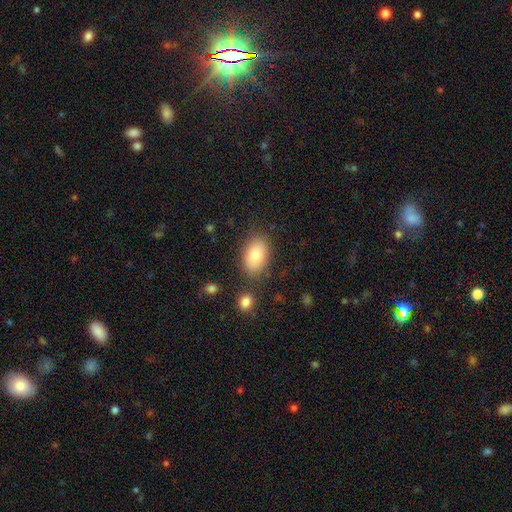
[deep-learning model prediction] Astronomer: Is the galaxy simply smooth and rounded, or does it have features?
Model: smooth — 80%.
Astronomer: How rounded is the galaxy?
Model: in between — 89%.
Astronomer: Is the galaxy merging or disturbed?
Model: none — 82%.